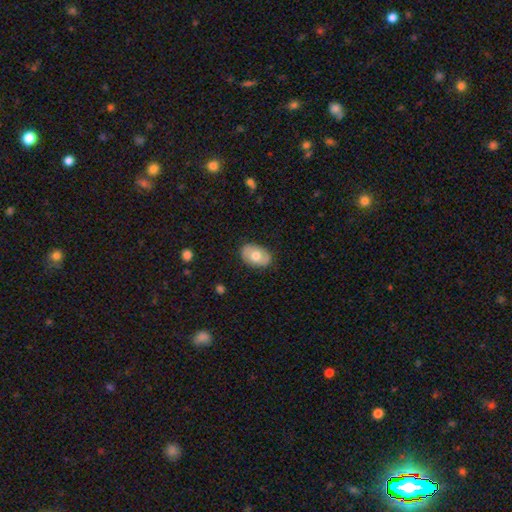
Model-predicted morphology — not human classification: Smooth or featured? smooth (64%)
How rounded? in between (86%)
Merging? none (84%)